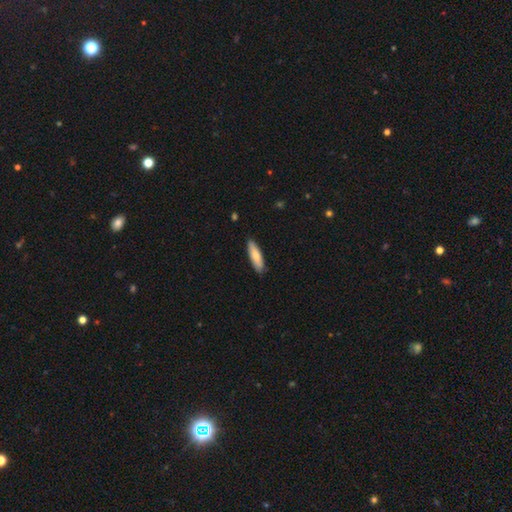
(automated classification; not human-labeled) Overall: smooth (76%). How rounded: cigar-shaped (59%; in between 40%). Merging: none (87%).